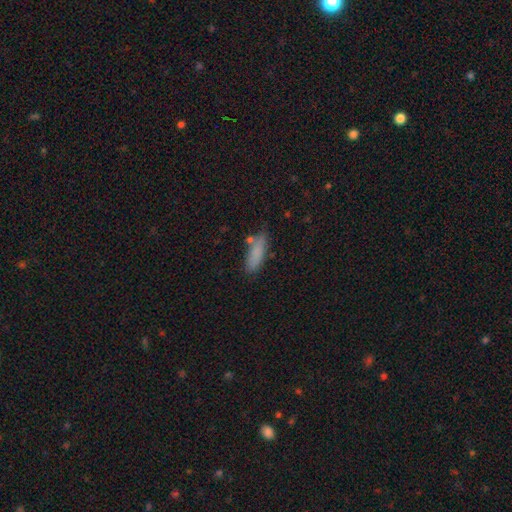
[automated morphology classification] A smooth galaxy with no disk features (84%) that is in between round and cigar-shaped (57%).

Vote fractions:
- Smooth or featured? smooth: 84% / featured or disk: 9% / star or artifact: 8%
- How rounded? in between: 57% / cigar-shaped: 40% / round: 2%
- Merging? none: 69% / minor disturbance: 19% / merger: 7% / major disturbance: 5%